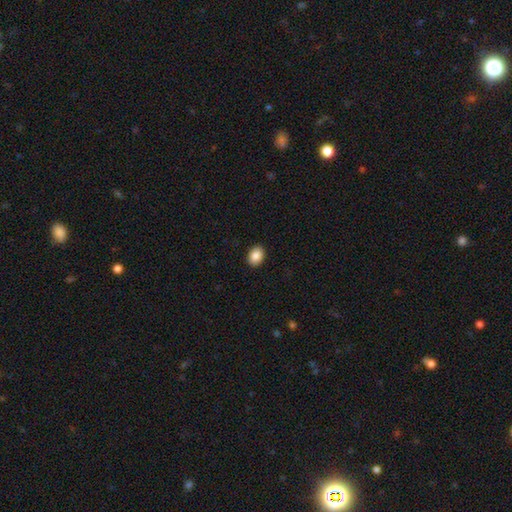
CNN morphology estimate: The model was most divided on "how rounded": in between: 69%, round: 30%, cigar-shaped: 1%. More confident: merging — none (92%); smooth or featured — smooth (88%).